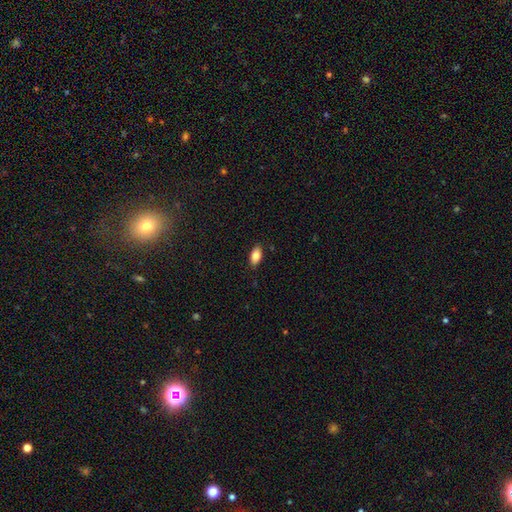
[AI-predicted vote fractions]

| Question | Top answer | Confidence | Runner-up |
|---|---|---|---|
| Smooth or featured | smooth | 83% | featured or disk (9%) |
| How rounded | in between | 91% | cigar-shaped (5%) |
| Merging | none | 87% | minor disturbance (10%) |